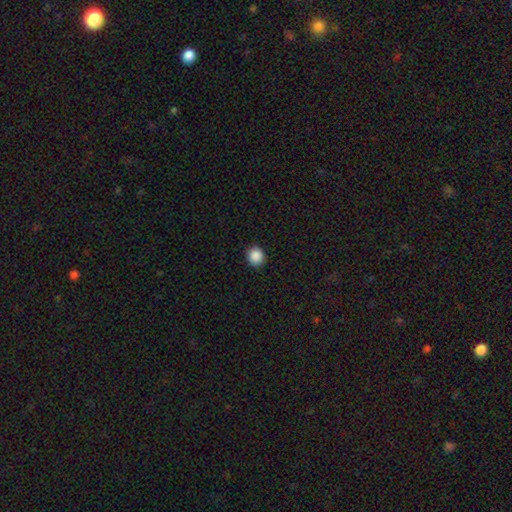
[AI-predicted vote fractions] Smooth or featured? Predicted: smooth (p=0.88). How rounded? Predicted: round (p=0.88). Merging? Predicted: none (p=0.92).